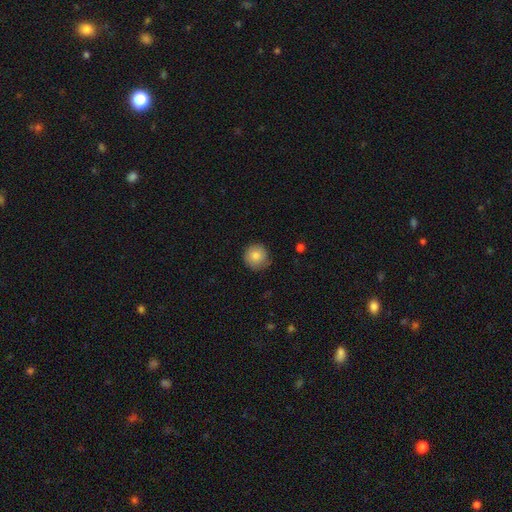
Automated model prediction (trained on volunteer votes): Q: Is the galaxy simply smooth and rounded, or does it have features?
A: smooth — 84%.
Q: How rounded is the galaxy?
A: round — 95%.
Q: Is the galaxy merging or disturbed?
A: none — 82%.